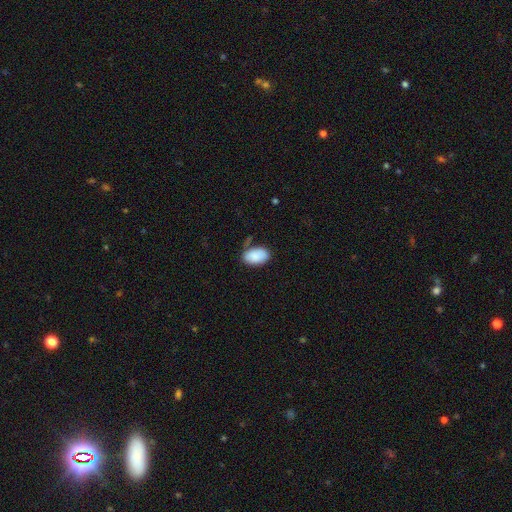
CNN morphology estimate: Smooth or featured? smooth (87%)
How rounded? in between (94%)
Merging? none (65%)